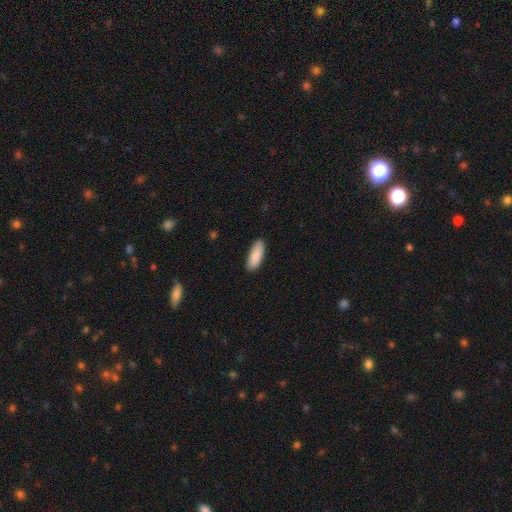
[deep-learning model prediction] Smooth or featured? Predicted: smooth (p=0.89). How rounded? Predicted: in between (p=0.69). Merging? Predicted: none (p=0.85).